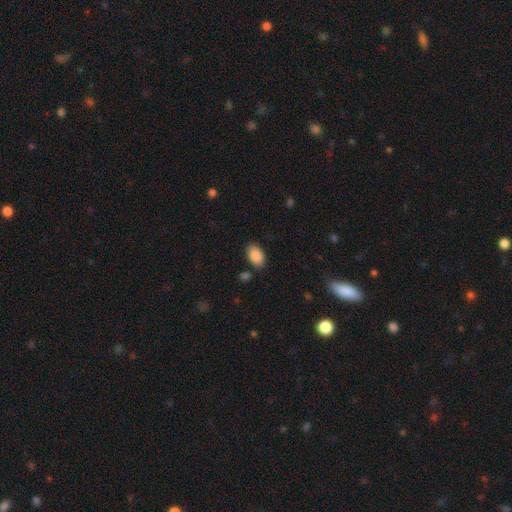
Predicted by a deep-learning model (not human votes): A smooth galaxy with no disk features (89%) that is in between round and cigar-shaped (92%).

Vote fractions:
- Smooth or featured? smooth: 89% / star or artifact: 7% / featured or disk: 4%
- How rounded? in between: 92% / round: 6% / cigar-shaped: 1%
- Merging? none: 82% / minor disturbance: 12% / merger: 3% / major disturbance: 3%